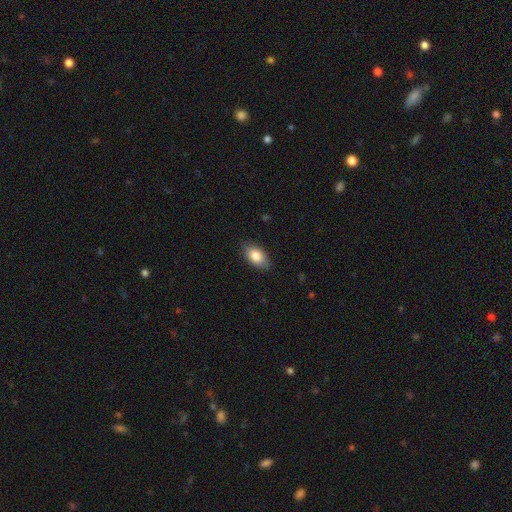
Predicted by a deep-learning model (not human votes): Q: Smooth or featured?
A: smooth (83%); runner-up: featured or disk (10%)
Q: How rounded?
A: in between (92%); runner-up: round (5%)
Q: Merging?
A: none (83%); runner-up: minor disturbance (14%)